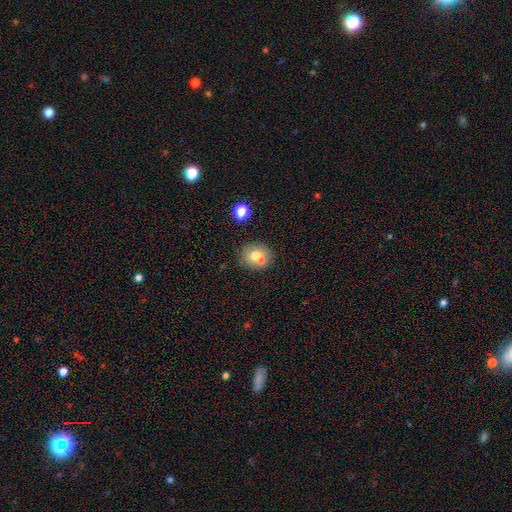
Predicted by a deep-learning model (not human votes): This appears to be a smooth galaxy with no disk features (66%) that is round (73%). Merging: none (55%).